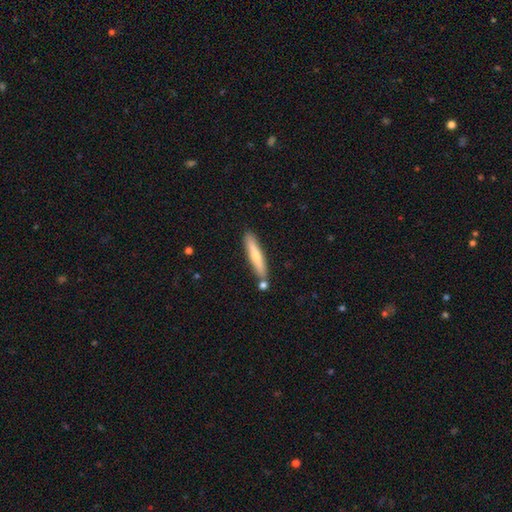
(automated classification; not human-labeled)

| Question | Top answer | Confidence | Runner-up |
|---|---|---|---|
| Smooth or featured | smooth | 60% | featured or disk (35%) |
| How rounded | cigar-shaped | 91% | in between (8%) |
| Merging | none | 80% | minor disturbance (10%) |